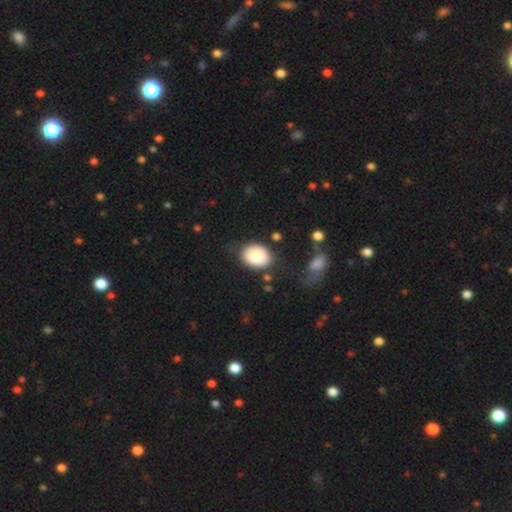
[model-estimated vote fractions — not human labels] Smooth or featured? smooth (84%)
How rounded? in between (62%)
Merging? none (68%)